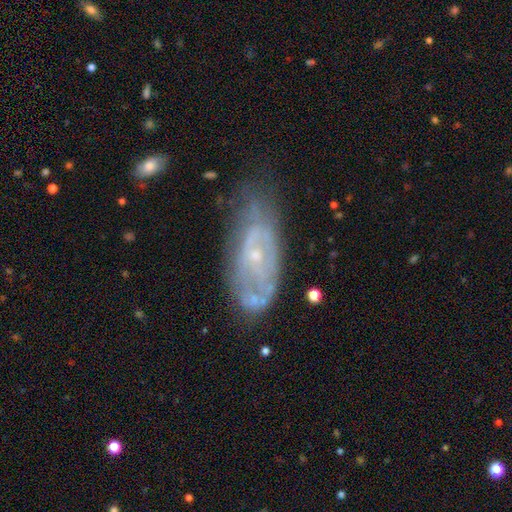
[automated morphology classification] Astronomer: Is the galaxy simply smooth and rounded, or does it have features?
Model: featured or disk — 73%.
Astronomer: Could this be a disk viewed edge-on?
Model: no — 91%.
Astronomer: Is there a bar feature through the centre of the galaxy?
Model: no — 68%.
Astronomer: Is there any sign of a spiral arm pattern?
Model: yes — 64%.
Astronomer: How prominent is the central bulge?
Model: small — 75%.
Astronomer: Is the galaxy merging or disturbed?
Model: none — 50% (runner-up: minor disturbance, 31%).